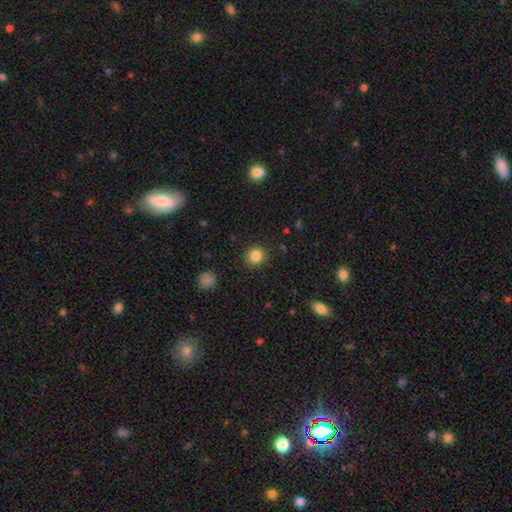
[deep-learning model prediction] This is clearly a smooth galaxy (85%). How rounded: clearly round (92%). Merging: clearly none (90%).